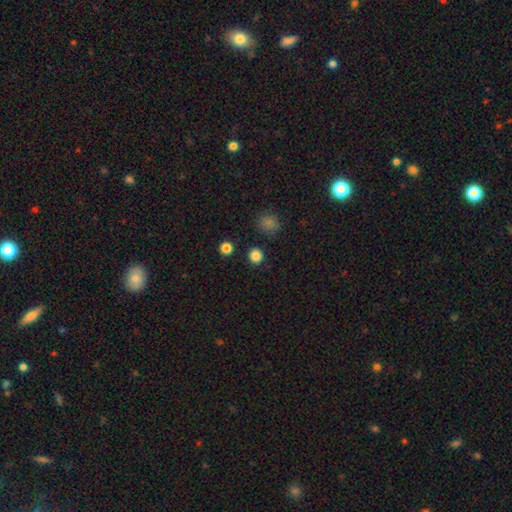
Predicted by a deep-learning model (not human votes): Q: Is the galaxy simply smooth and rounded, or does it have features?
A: smooth — 84%.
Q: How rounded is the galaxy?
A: round — 90%.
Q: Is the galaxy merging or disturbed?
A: none — 90%.